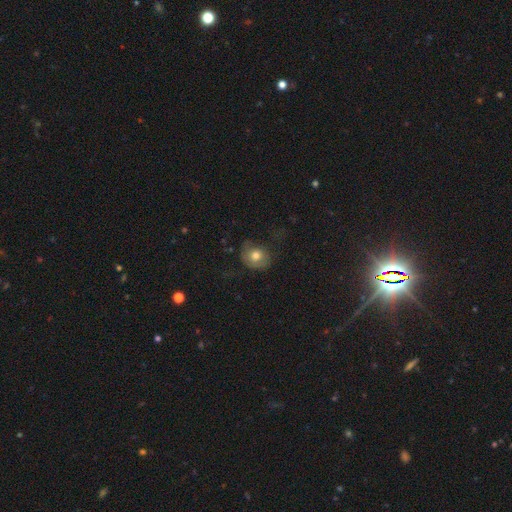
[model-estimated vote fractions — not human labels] Smooth or featured: smooth — 68% (featured or disk — 23%)
How rounded: round — 66% (in between — 33%)
Merging: none — 52% (minor disturbance — 27%)